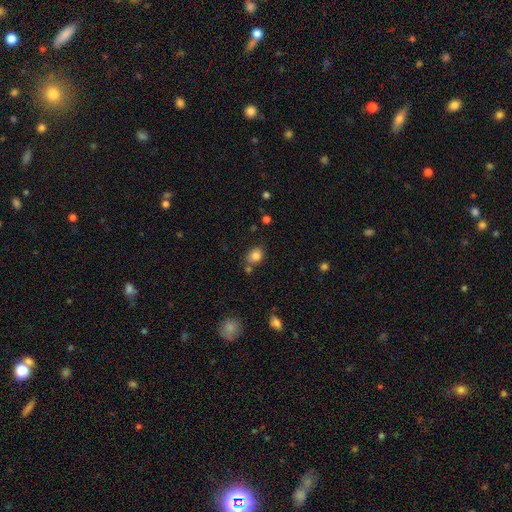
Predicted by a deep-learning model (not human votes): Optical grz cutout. It shows a smooth galaxy with no disk features (83%) that is in between round and cigar-shaped (54%). Merging: none (70%).